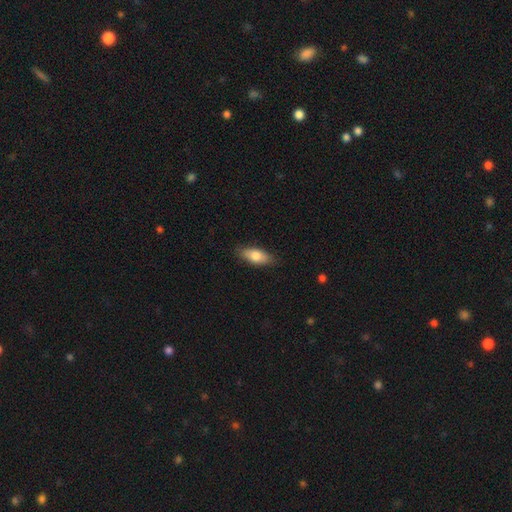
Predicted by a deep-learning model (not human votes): Q: Smooth or featured?
A: smooth (76%); runner-up: featured or disk (17%)
Q: How rounded?
A: in between (79%); runner-up: cigar-shaped (18%)
Q: Merging?
A: none (85%); runner-up: minor disturbance (12%)